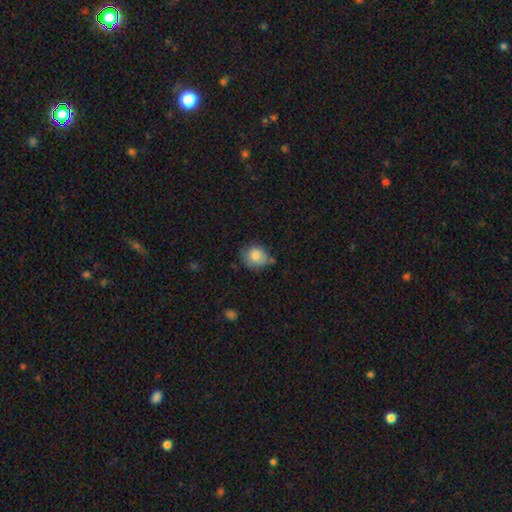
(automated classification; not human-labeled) Smooth or featured? smooth (79%)
How rounded? round (71%)
Merging? none (58%)